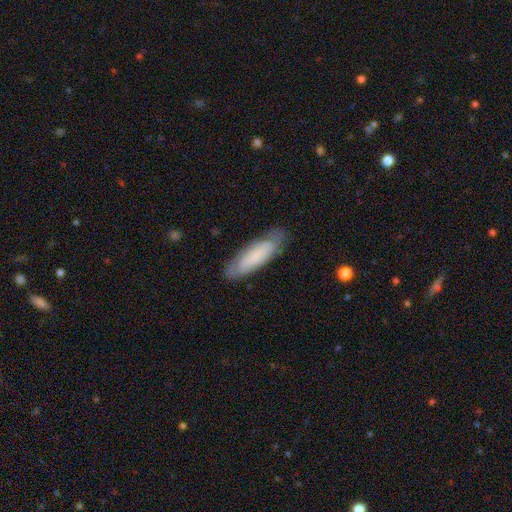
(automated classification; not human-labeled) Overall: smooth (68%). How rounded: cigar-shaped (55%; in between 44%). Merging: none (79%).